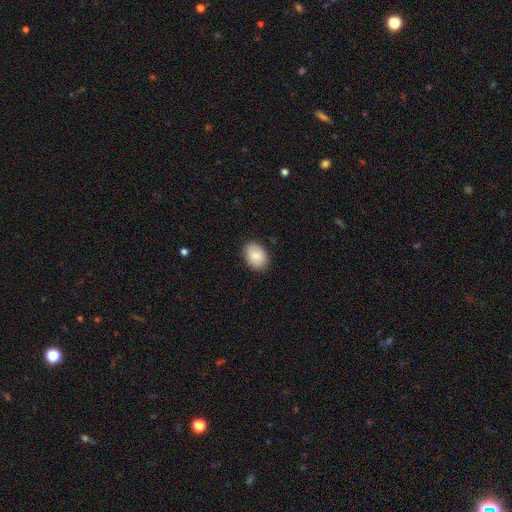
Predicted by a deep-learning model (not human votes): Overall: smooth (85%). How rounded: in between (75%). Merging: none (86%).